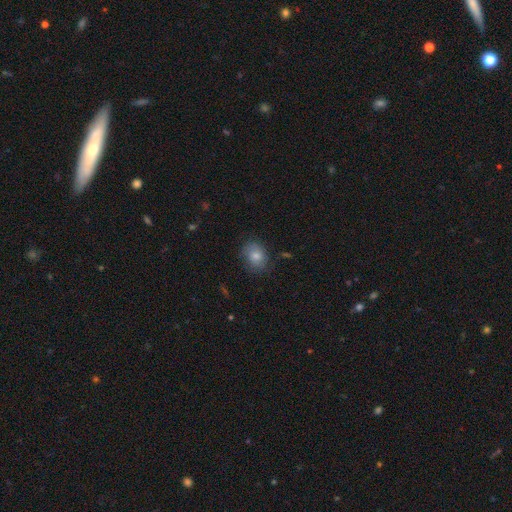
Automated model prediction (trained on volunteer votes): Q: Smooth or featured?
A: smooth (73%); runner-up: featured or disk (15%)
Q: How rounded?
A: in between (51%); runner-up: round (48%)
Q: Merging?
A: none (78%); runner-up: minor disturbance (16%)